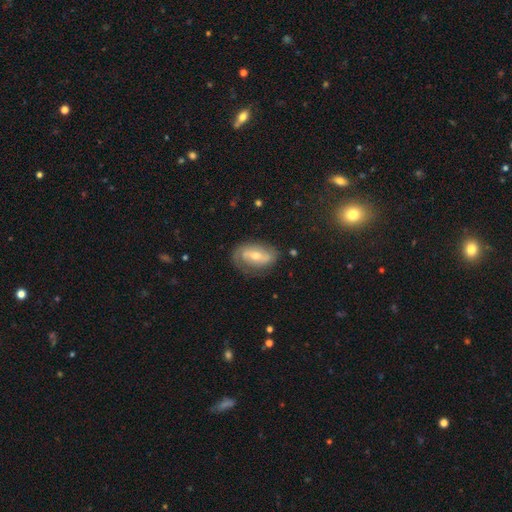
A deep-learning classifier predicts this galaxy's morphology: Overall: featured or disk (69%). Edge-on disk: no (93%). Bar: weak (39%; strong 31%). Spiral arms: yes (79%). Spiral arm count: 2 (62%). Spiral winding: tight (41%; medium 37%). Bulge size: moderate (58%; small 37%). Merging: none (71%).